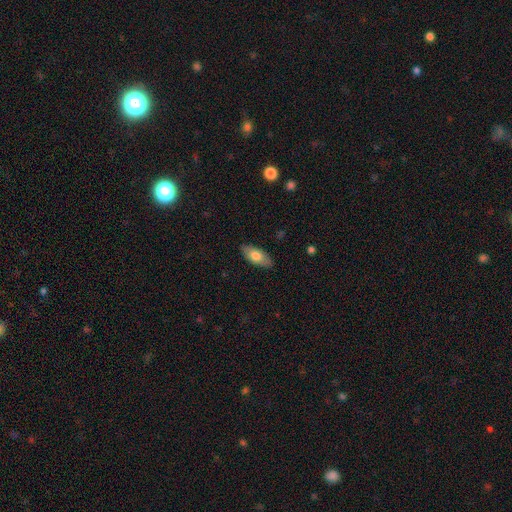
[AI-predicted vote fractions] smooth-or-featured: smooth: 72% | featured or disk: 22% | star or artifact: 6%
  how-rounded: in between: 88% | cigar-shaped: 9% | round: 3%
  merging: none: 86% | minor disturbance: 11% | major disturbance: 2% | merger: 1%